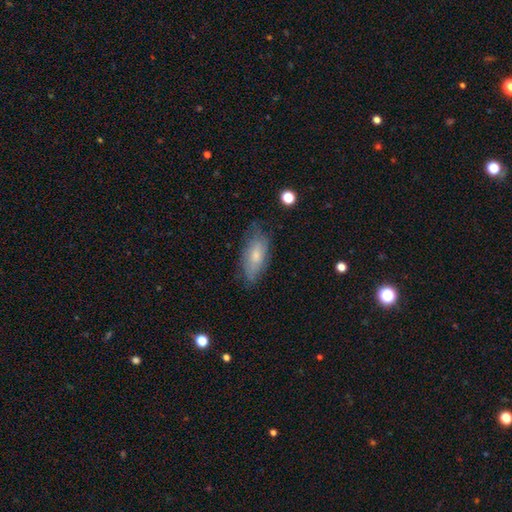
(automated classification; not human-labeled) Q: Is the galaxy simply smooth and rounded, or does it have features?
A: smooth — 63%.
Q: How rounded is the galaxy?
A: in between — 82%.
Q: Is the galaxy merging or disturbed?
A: none — 71%.